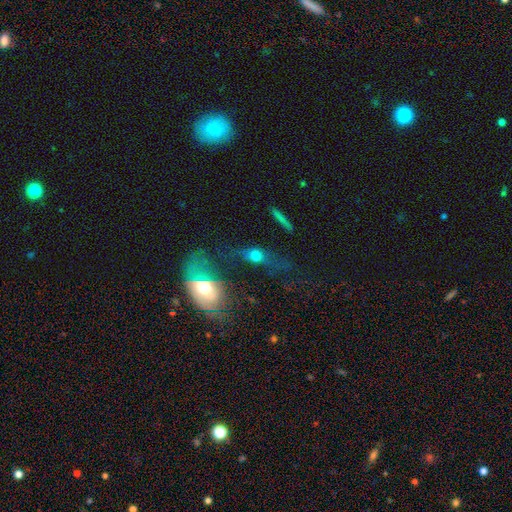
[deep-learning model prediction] Morphology: type=smooth (45%); merging=none (46%).